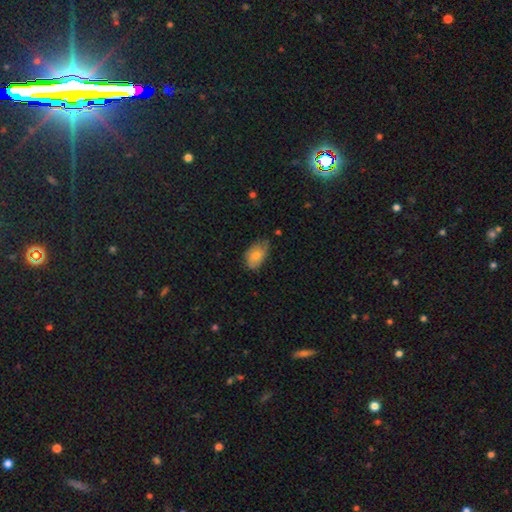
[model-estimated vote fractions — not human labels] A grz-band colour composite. It shows a smooth galaxy with no disk features (77%) that is in between round and cigar-shaped (91%). Merging: none (57%).